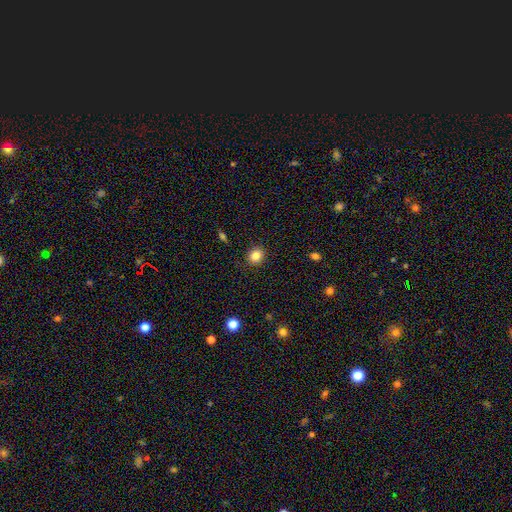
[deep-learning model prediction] Smooth or featured? Predicted: smooth (p=0.84). How rounded? Predicted: round (p=0.73). Merging? Predicted: none (p=0.90).